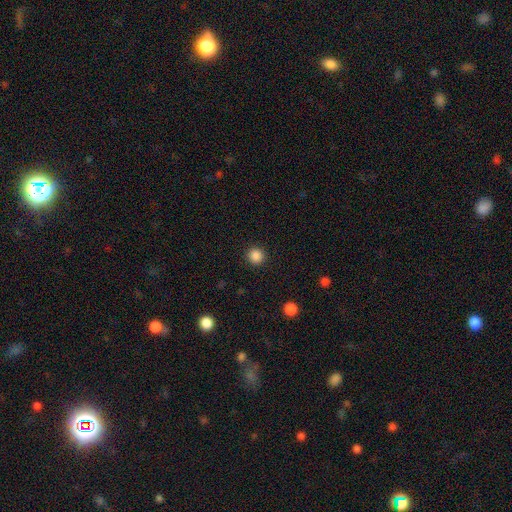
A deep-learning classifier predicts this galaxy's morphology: A smooth galaxy with no disk features (87%) that is round (94%). Merging: none (92%).